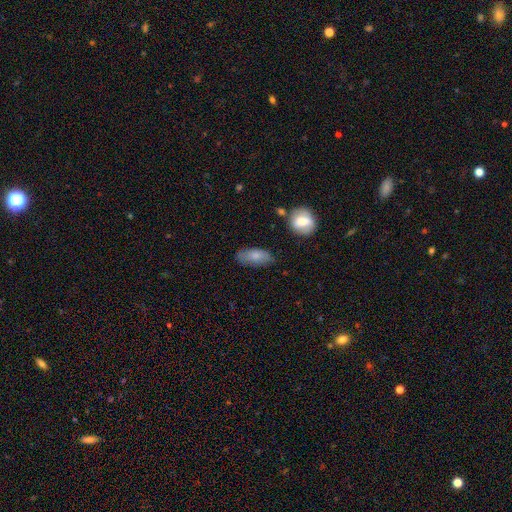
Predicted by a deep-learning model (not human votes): This is likely a smooth galaxy (77%). How rounded: clearly in between (85%). Merging: likely none (69%).